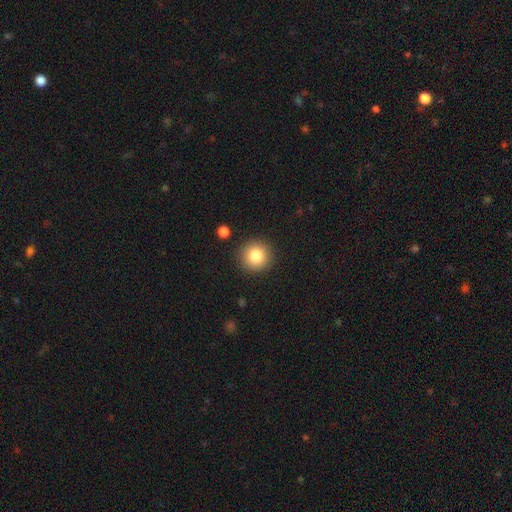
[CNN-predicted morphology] A smooth galaxy with no disk features (83%) that is round (94%). Merging: none (90%).